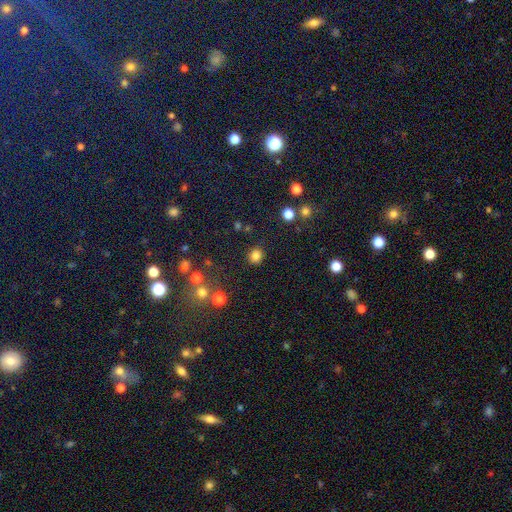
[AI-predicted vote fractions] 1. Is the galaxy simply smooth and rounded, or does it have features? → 82% smooth, 13% star or artifact, 5% featured or disk.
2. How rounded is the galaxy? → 86% round, 13% in between, 1% cigar-shaped.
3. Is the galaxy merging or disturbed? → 87% none, 7% minor disturbance, 3% major disturbance, 2% merger.